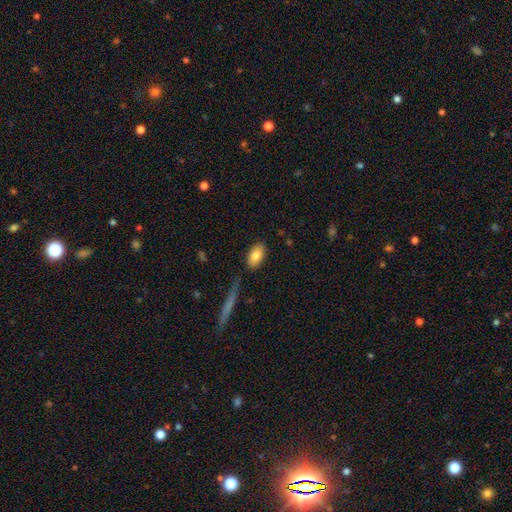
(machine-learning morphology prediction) smooth-or-featured: smooth: 82% | featured or disk: 11% | star or artifact: 7%
  how-rounded: in between: 92% | round: 5% | cigar-shaped: 3%
  merging: none: 83% | minor disturbance: 11% | merger: 3% | major disturbance: 3%